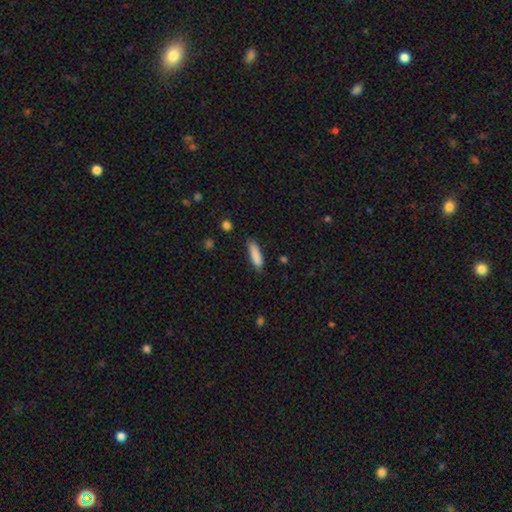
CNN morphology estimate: smooth_or_featured: smooth (p=0.87) [alt: featured or disk p=0.07]
how_rounded: cigar-shaped (p=0.62) [alt: in between p=0.37]
merging: none (p=0.73) [alt: minor disturbance p=0.21]